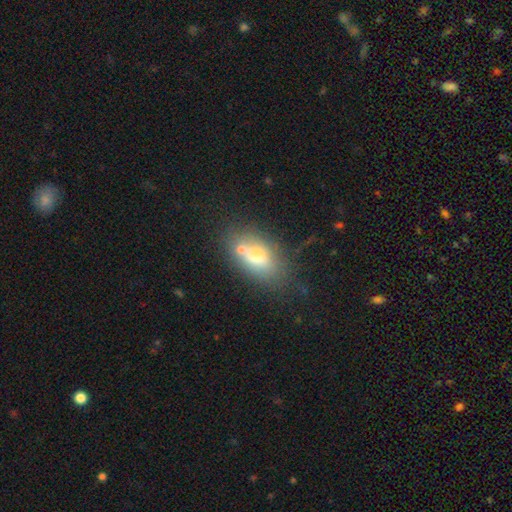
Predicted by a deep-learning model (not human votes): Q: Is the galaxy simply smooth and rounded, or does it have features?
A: smooth — 71%.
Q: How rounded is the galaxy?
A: in between — 87%.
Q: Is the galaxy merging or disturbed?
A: none — 56%.